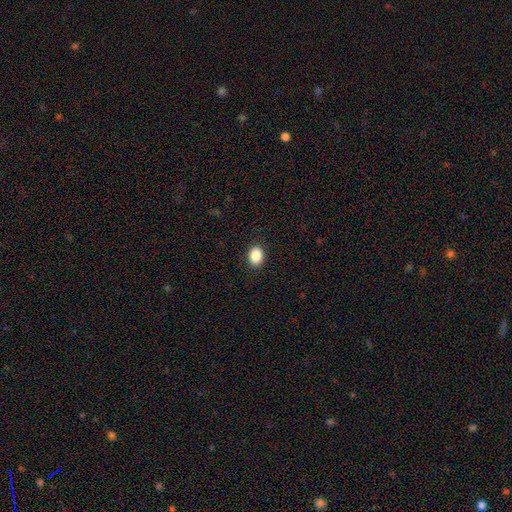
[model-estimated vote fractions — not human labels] The model was most divided on "how rounded": in between: 66%, round: 33%, cigar-shaped: 1%. More confident: merging — none (89%); smooth or featured — smooth (89%).